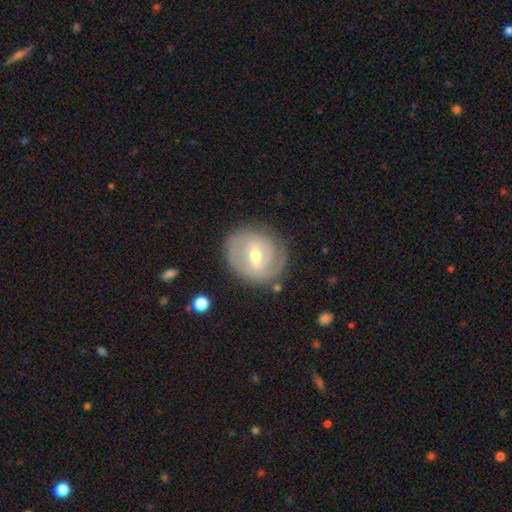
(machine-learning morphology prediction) Q: Smooth or featured?
A: featured or disk (73%); runner-up: smooth (21%)
Q: Edge-on disk?
A: no (96%); runner-up: yes (4%)
Q: Bar?
A: weak (54%); runner-up: strong (27%)
Q: Spiral arms?
A: yes (81%); runner-up: no (19%)
Q: Spiral winding?
A: tight (55%); runner-up: medium (33%)
Q: Spiral arm count?
A: 2 (57%); runner-up: can't tell (25%)
Q: Bulge size?
A: moderate (60%); runner-up: small (36%)
Q: Merging?
A: none (79%); runner-up: minor disturbance (14%)